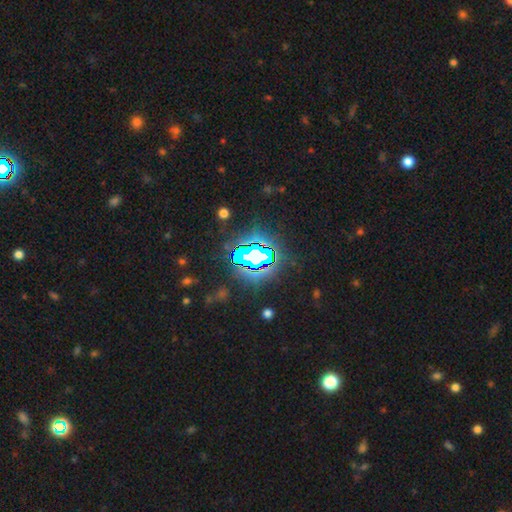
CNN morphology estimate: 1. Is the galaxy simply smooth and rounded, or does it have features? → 83% star or artifact, 11% smooth, 7% featured or disk.